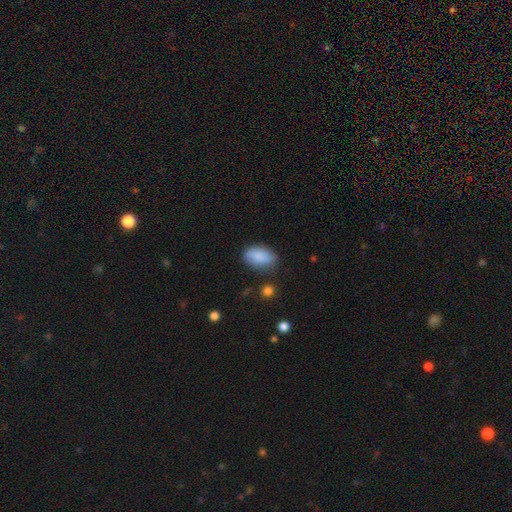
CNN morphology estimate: Smooth or featured: smooth — 86% (star or artifact — 7%)
How rounded: in between — 92% (round — 5%)
Merging: none — 73% (minor disturbance — 20%)